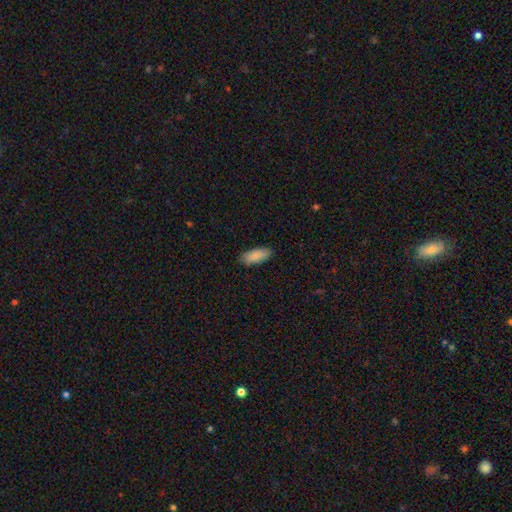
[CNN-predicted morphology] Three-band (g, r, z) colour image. It shows a smooth galaxy with no disk features (87%) that is in between round and cigar-shaped (81%). Merging: none (85%).